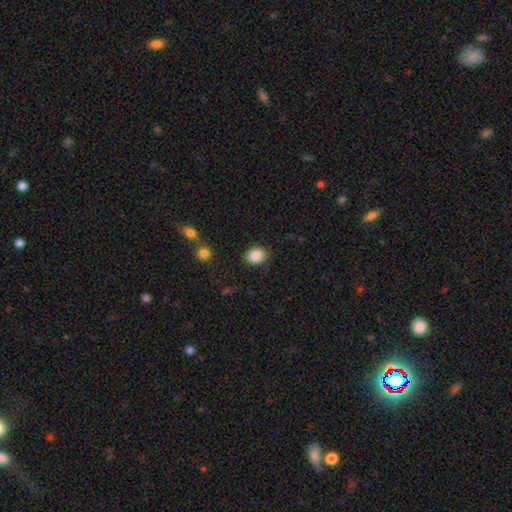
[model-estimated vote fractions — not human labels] Morphology: type=smooth (88%); roundness=round (51%); merging=none (82%).